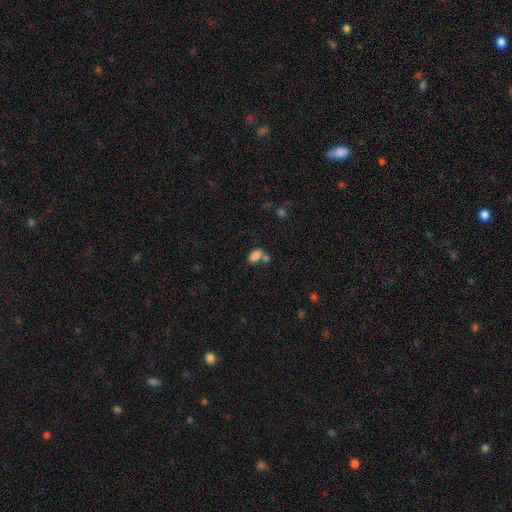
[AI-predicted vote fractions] A smooth galaxy with no disk features (82%) that is in between round and cigar-shaped (90%). Merging: merger (42%).